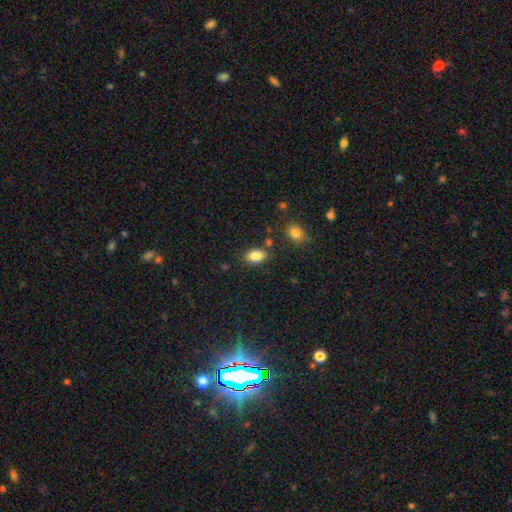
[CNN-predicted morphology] A smooth galaxy with no disk features (86%) that is in between round and cigar-shaped (87%).

Vote fractions:
- Smooth or featured? smooth: 86% / star or artifact: 9% / featured or disk: 6%
- How rounded? in between: 87% / round: 11% / cigar-shaped: 1%
- Merging? none: 80% / minor disturbance: 12% / merger: 5% / major disturbance: 3%